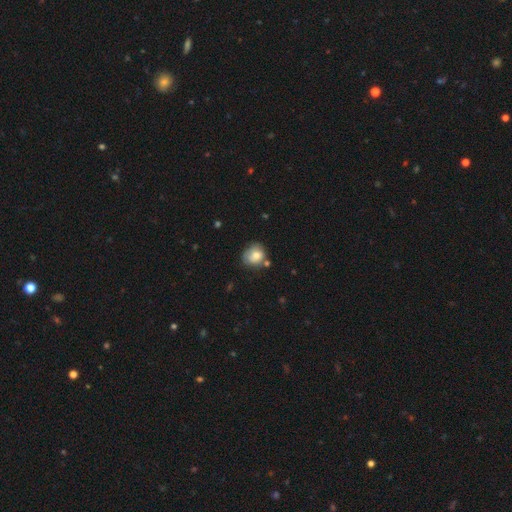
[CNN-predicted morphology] Overall: smooth (71%). How rounded: round (66%; in between 33%). Merging: none (54%; minor disturbance 27%).